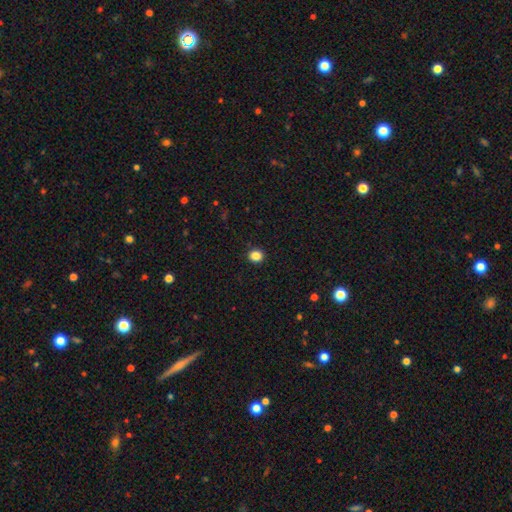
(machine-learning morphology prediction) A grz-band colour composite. It shows a smooth galaxy with no disk features (86%) that is round (80%). Merging: none (92%).